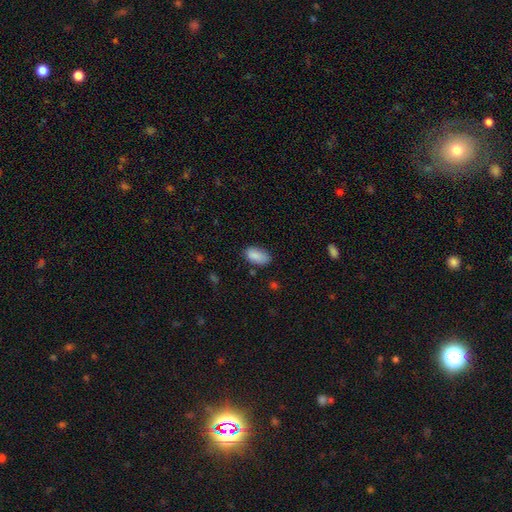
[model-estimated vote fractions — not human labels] This appears to be a smooth galaxy with no disk features (88%) that is in between round and cigar-shaped (94%). Merging: none (71%).